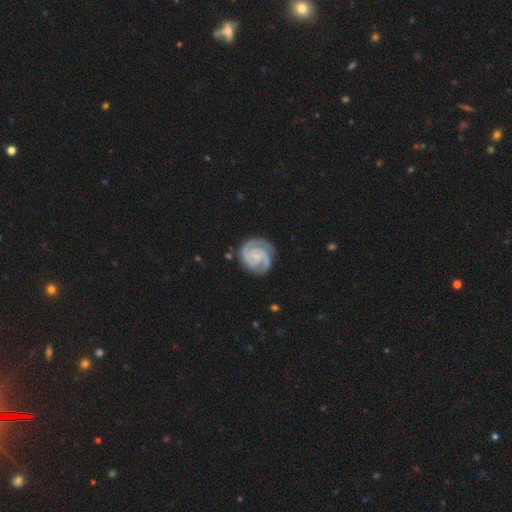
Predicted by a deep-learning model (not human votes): This appears to be a featured or disk galaxy (92%) with no bar (58%), 2 (71%) tight (66%) spiral arms (99%) and a small central bulge (61%). Merging: none (81%).